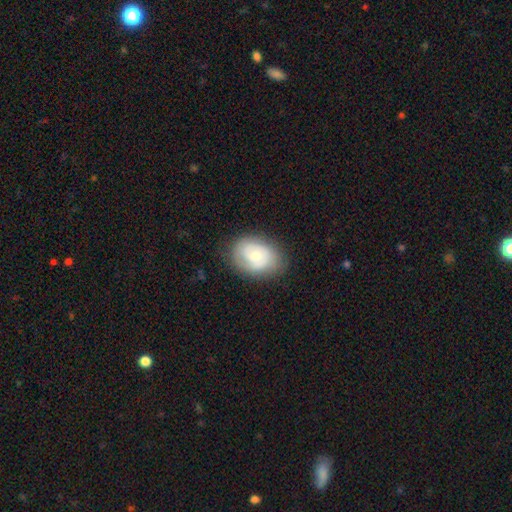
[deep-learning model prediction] Smooth or featured? featured or disk (52%)
Edge-on disk? no (96%)
Merging? none (76%)